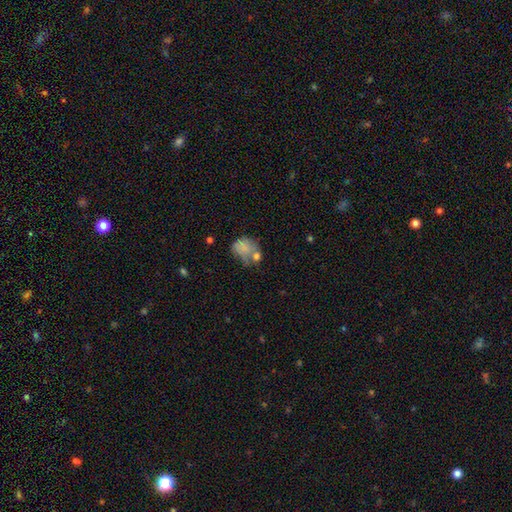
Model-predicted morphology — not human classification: smooth-or-featured: smooth: 67% | featured or disk: 21% | star or artifact: 11%
  how-rounded: in between: 50% | round: 49% | cigar-shaped: 1%
  merging: merger: 31% | none: 29% | minor disturbance: 22% | major disturbance: 18%